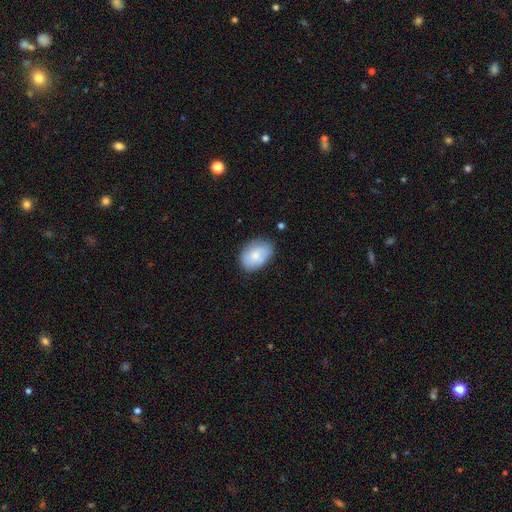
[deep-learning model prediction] smooth_or_featured: smooth (p=0.74) [alt: featured or disk p=0.19]
how_rounded: in between (p=0.84) [alt: round p=0.15]
merging: none (p=0.74) [alt: minor disturbance p=0.20]